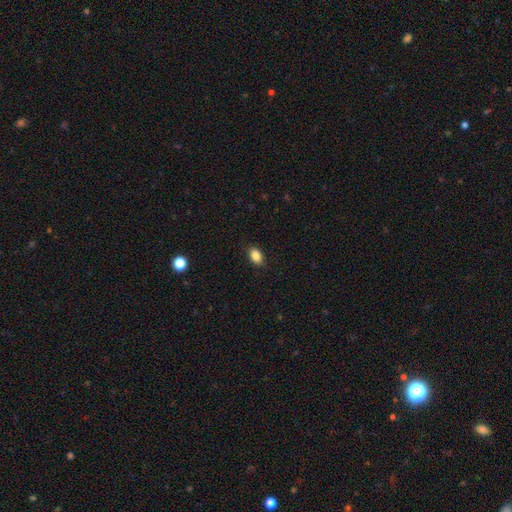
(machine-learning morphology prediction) The model was most divided on "how rounded": in between: 86%, round: 12%, cigar-shaped: 2%. More confident: merging — none (88%); smooth or featured — smooth (87%).